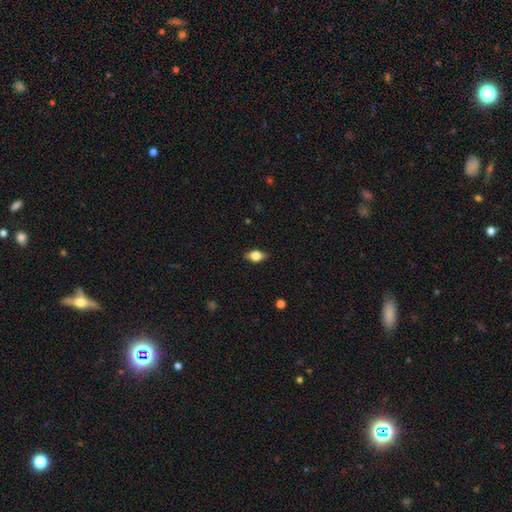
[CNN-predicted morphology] Overall: smooth (63%; featured or disk 29%). How rounded: in between (82%). Merging: none (86%).